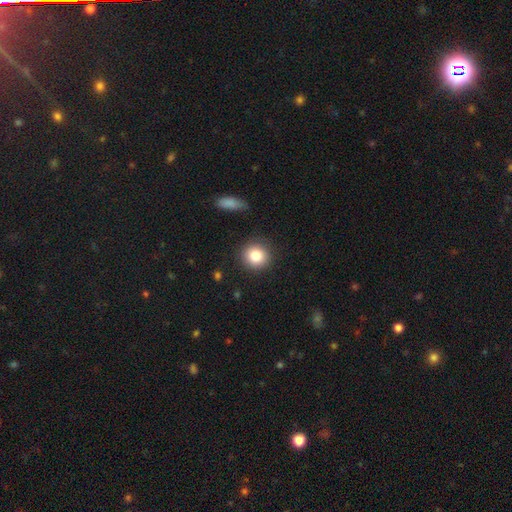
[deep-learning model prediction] smooth-or-featured: smooth: 82% | star or artifact: 10% | featured or disk: 9%
  how-rounded: round: 90% | in between: 9% | cigar-shaped: 1%
  merging: none: 88% | minor disturbance: 8% | major disturbance: 2% | merger: 1%